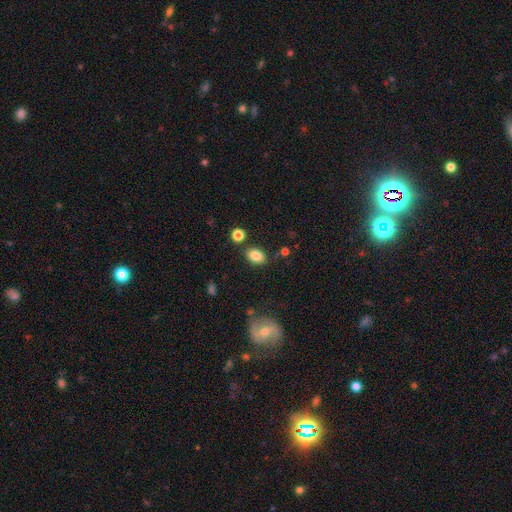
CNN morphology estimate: smooth_or_featured: smooth (p=0.85) [alt: star or artifact p=0.10]
how_rounded: in between (p=0.81) [alt: round p=0.18]
merging: none (p=0.80) [alt: minor disturbance p=0.12]